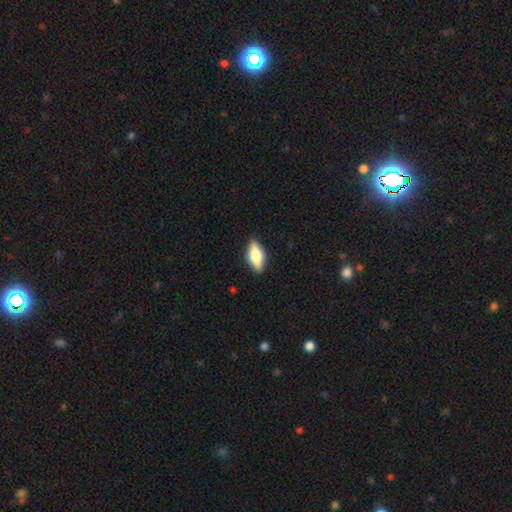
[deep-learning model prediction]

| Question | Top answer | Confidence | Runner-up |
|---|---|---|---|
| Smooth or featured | smooth | 63% | featured or disk (30%) |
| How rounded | in between | 80% | cigar-shaped (17%) |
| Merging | none | 88% | minor disturbance (9%) |